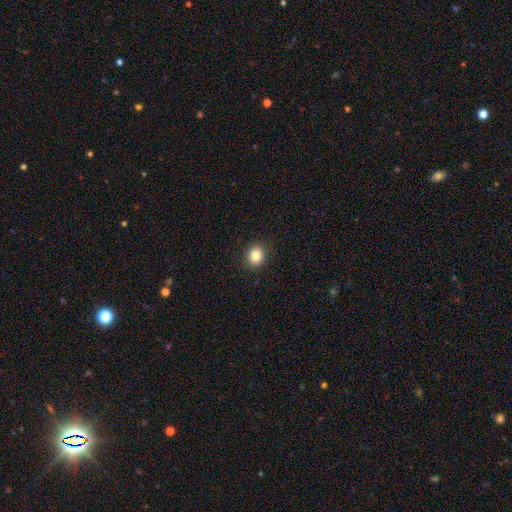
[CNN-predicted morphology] smooth_or_featured: smooth (p=0.85) [alt: star or artifact p=0.10]
how_rounded: round (p=0.53) [alt: in between p=0.46]
merging: none (p=0.89) [alt: minor disturbance p=0.07]